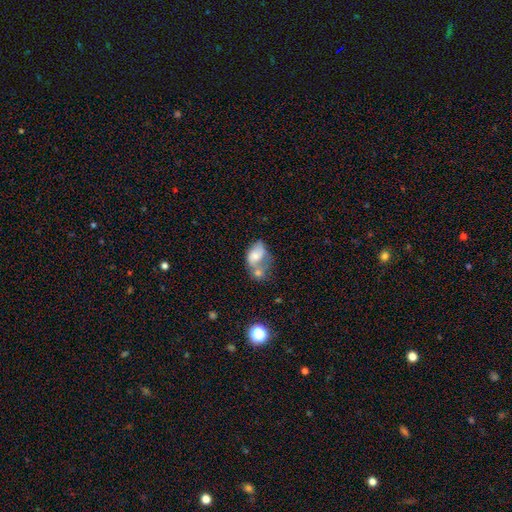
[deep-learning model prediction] Smooth or featured: smooth — 63% (featured or disk — 28%)
How rounded: in between — 83% (round — 15%)
Merging: merger — 56% (none — 16%)